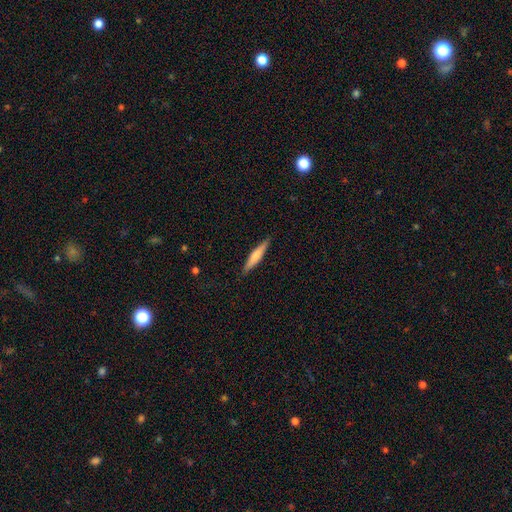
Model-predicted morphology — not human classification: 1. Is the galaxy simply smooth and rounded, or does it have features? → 62% smooth, 33% featured or disk, 6% star or artifact.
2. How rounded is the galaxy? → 90% cigar-shaped, 9% in between, 1% round.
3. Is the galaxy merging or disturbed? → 90% none, 8% minor disturbance, 2% major disturbance, 1% merger.